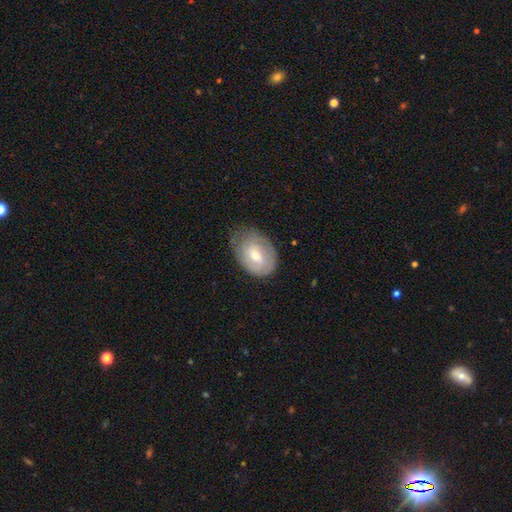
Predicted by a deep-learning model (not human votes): Overall: smooth (48%; featured or disk 46%). Merging: none (59%; minor disturbance 30%).